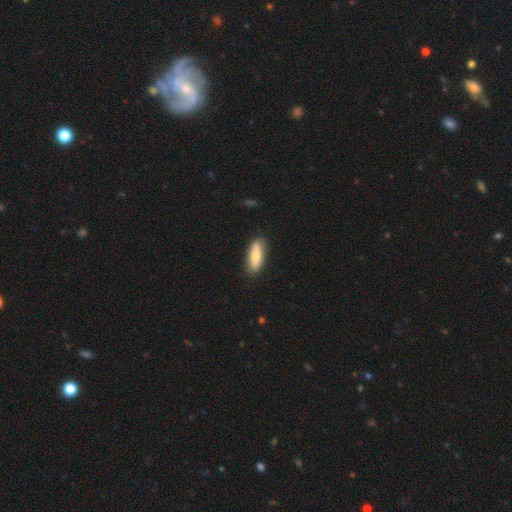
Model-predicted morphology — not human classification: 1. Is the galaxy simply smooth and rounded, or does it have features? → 68% smooth, 26% featured or disk, 6% star or artifact.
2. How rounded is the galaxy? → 49% in between, 48% cigar-shaped, 2% round.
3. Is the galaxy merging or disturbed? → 84% none, 12% minor disturbance, 2% major disturbance, 2% merger.